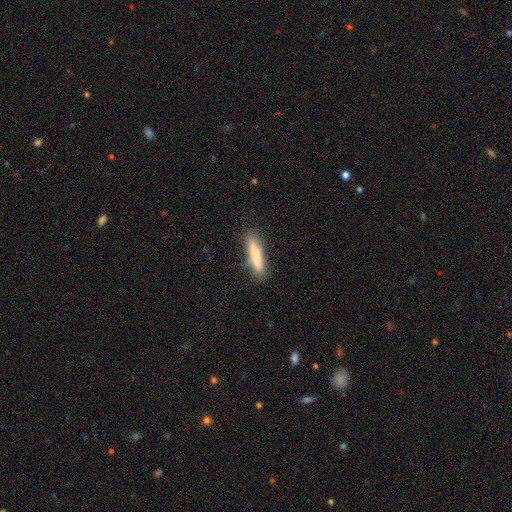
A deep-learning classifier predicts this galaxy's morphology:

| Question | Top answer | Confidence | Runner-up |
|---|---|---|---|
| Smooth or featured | smooth | 76% | featured or disk (18%) |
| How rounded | cigar-shaped | 83% | in between (15%) |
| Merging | none | 74% | minor disturbance (17%) |